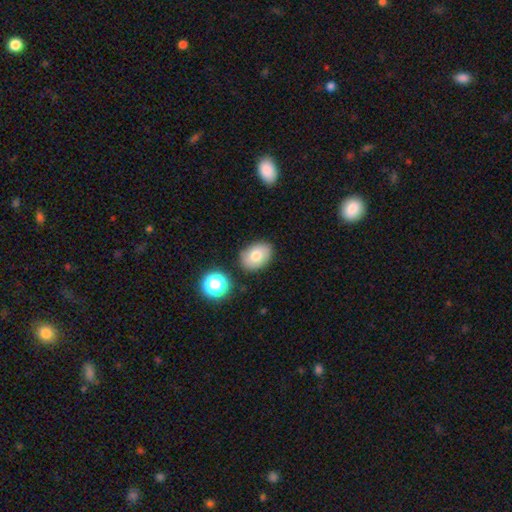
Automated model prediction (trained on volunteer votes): Smooth or featured? Predicted: smooth (p=0.75). How rounded? Predicted: in between (p=0.71). Merging? Predicted: none (p=0.82).